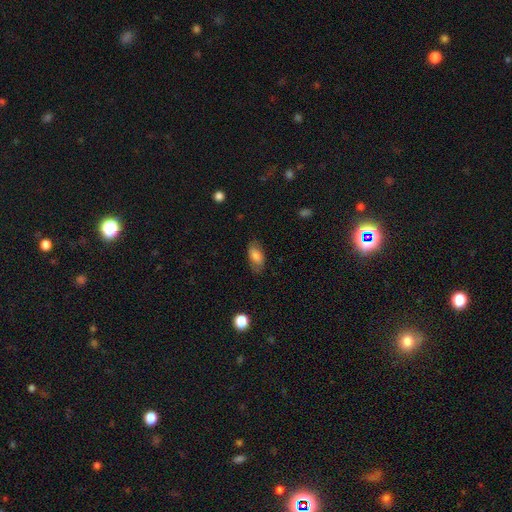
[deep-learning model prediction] Overall: smooth (76%). How rounded: in between (90%). Merging: none (76%).